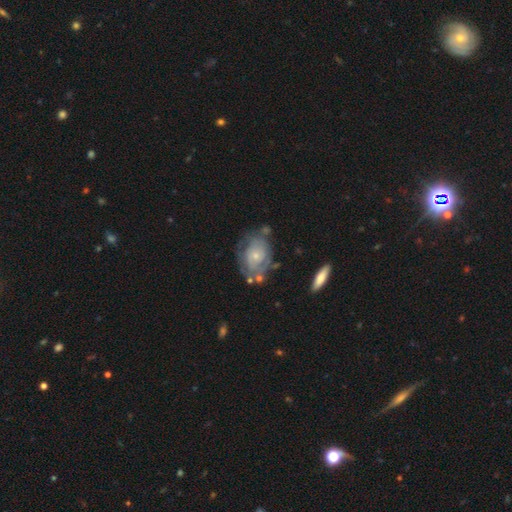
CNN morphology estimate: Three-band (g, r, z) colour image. It shows a featured or disk galaxy (61%) with no bar (83%), spiral arms (63%) and a small central bulge (69%). Merging: none (53%).